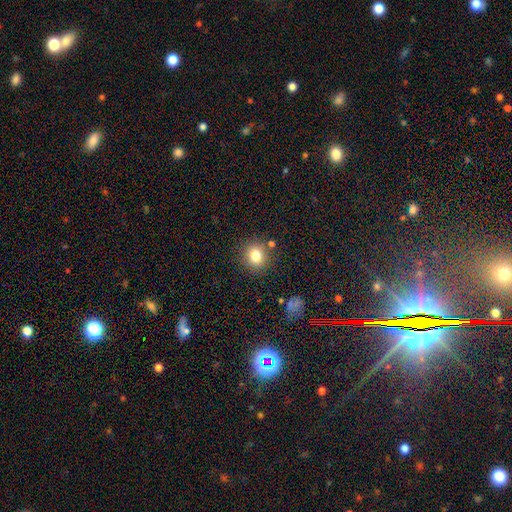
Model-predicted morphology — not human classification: smooth_or_featured: smooth (p=0.80) [alt: star or artifact p=0.12]
how_rounded: round (p=0.81) [alt: in between p=0.18]
merging: none (p=0.83) [alt: minor disturbance p=0.09]